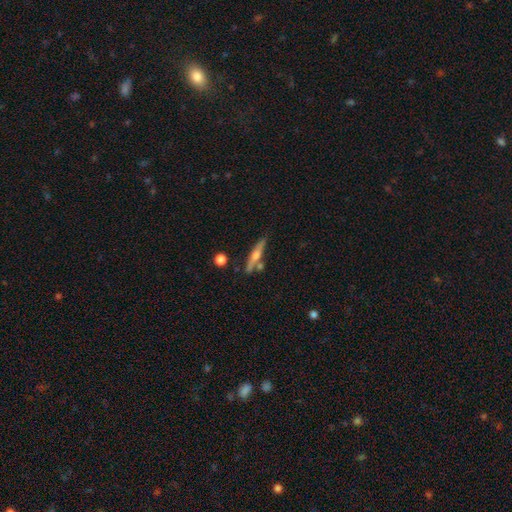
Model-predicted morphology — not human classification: type=featured or disk (67%); edge-on=yes (96%); edge-on bulge=rounded (87%); merging=none (77%).